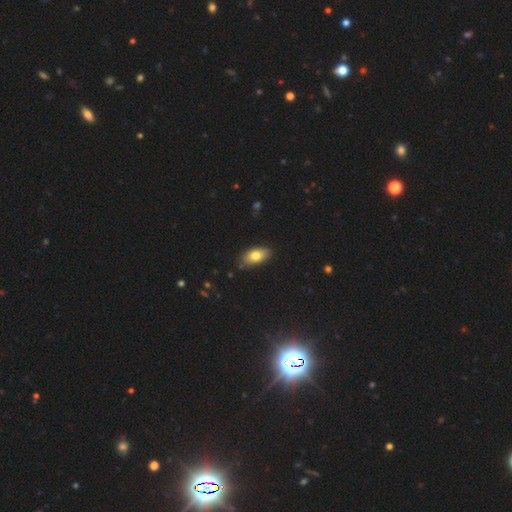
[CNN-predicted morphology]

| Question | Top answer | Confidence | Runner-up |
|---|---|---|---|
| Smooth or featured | smooth | 77% | featured or disk (15%) |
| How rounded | in between | 89% | cigar-shaped (6%) |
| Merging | none | 79% | minor disturbance (16%) |